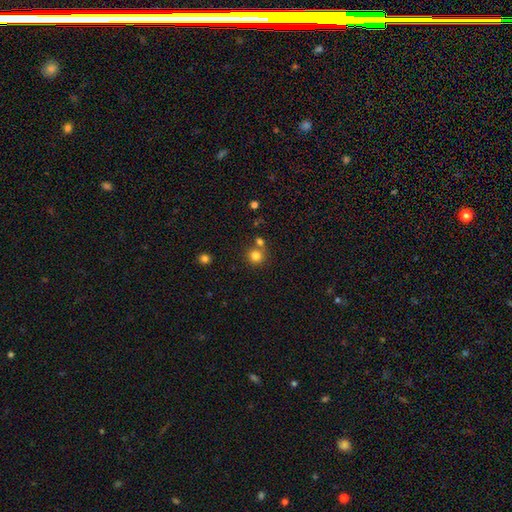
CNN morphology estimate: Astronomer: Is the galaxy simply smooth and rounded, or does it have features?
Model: smooth — 81%.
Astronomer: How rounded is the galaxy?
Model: round — 91%.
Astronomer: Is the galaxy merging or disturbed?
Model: none — 67%.